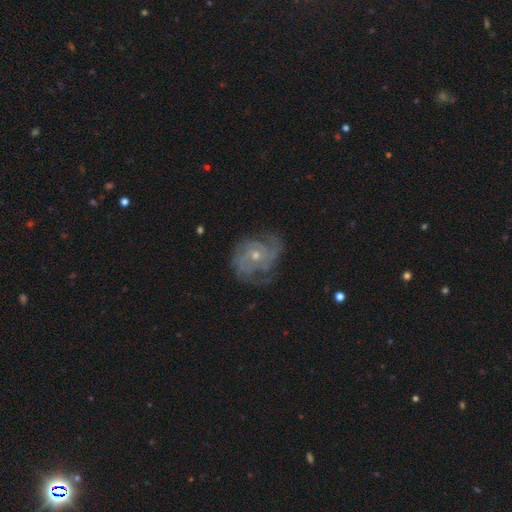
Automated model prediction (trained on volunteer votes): Overall: featured or disk (83%). Edge-on disk: no (97%). Bar: no (75%). Spiral arms: yes (93%). Spiral arm count: 2 (28%; can't tell 27%). Spiral winding: tight (50%; medium 39%). Bulge size: small (57%; moderate 39%). Merging: none (64%).